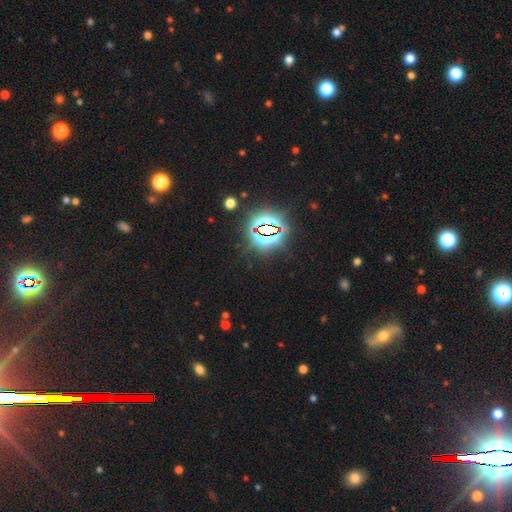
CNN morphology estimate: star or artifact 77%, smooth 14%, featured or disk 9%.